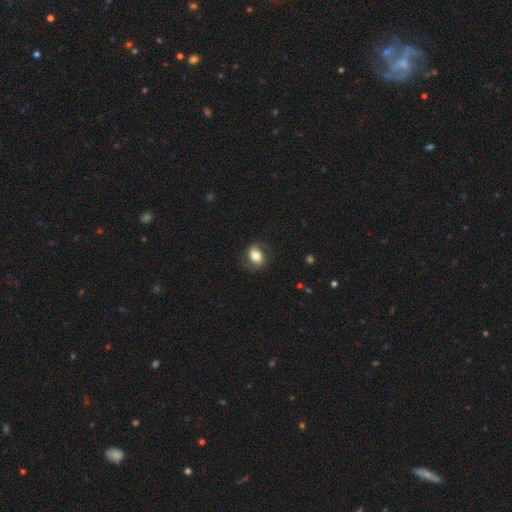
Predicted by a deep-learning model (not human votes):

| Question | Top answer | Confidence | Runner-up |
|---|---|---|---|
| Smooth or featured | smooth | 51% | featured or disk (41%) |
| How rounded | in between | 56% | round (42%) |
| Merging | none | 74% | minor disturbance (16%) |